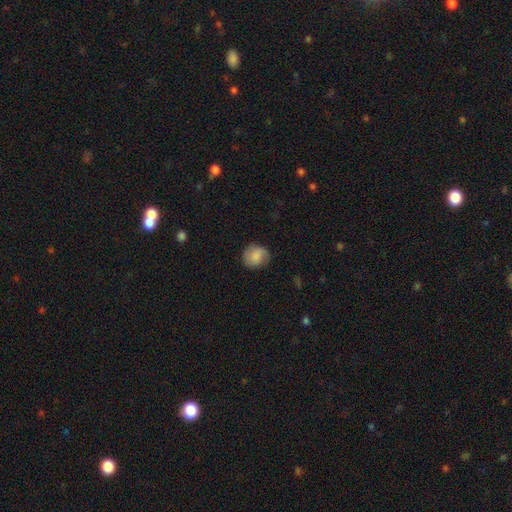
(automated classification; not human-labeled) The model was most divided on "merging": none: 75%, minor disturbance: 19%, major disturbance: 6%, merger: 1%. More confident: how rounded — round (80%); smooth or featured — smooth (75%).